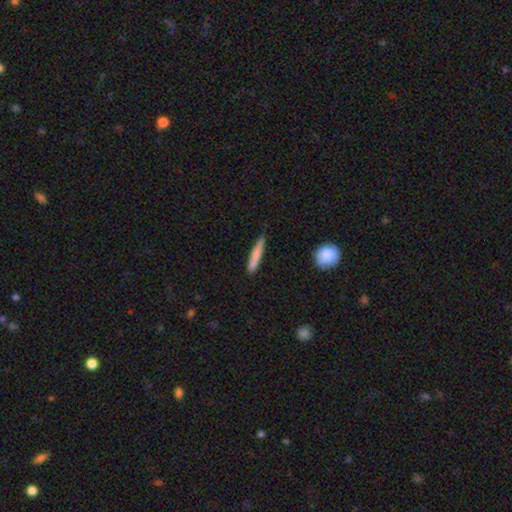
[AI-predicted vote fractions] The model was most divided on "smooth or featured": smooth: 77%, featured or disk: 17%, star or artifact: 6%. More confident: how rounded — cigar-shaped (93%); merging — none (81%).